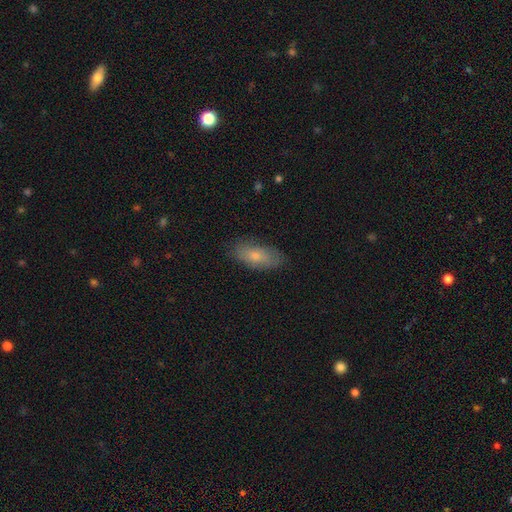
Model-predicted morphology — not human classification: smooth-or-featured: smooth: 72% | featured or disk: 21% | star or artifact: 7%
  how-rounded: in between: 84% | cigar-shaped: 13% | round: 3%
  merging: none: 78% | minor disturbance: 17% | major disturbance: 4% | merger: 1%